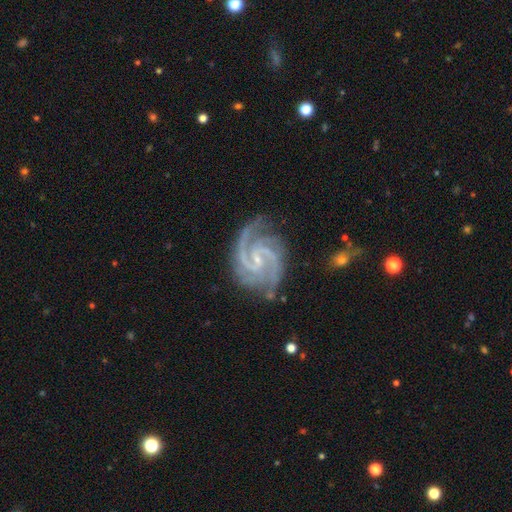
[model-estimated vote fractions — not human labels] smooth_or_featured: featured or disk (p=0.92) [alt: star or artifact p=0.05]
disk_edge_on: no (p=0.98) [alt: yes p=0.02]
bar: weak (p=0.42) [alt: no p=0.39]
has_spiral_arms: yes (p=0.99) [alt: no p=0.01]
spiral_winding: tight (p=0.49) [alt: medium p=0.44]
spiral_arm_count: 2 (p=0.63) [alt: 3 p=0.20]
bulge_size: small (p=0.76) [alt: moderate p=0.15]
merging: none (p=0.76) [alt: minor disturbance p=0.16]